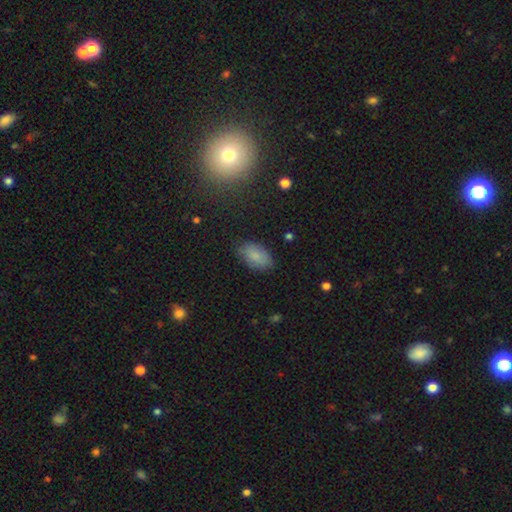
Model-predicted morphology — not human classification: This is clearly a smooth galaxy (83%). How rounded: clearly in between (93%). Merging: clearly none (80%).